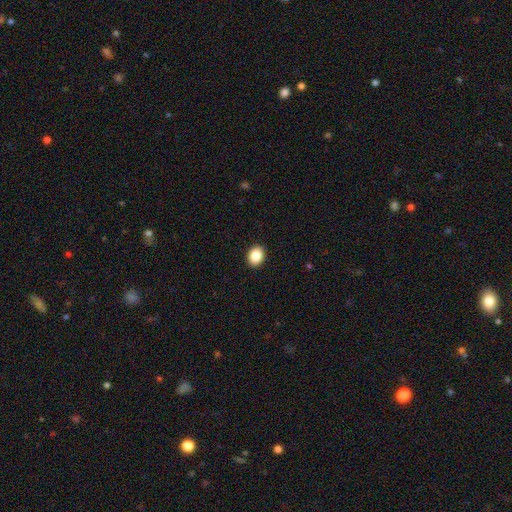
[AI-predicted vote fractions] This appears to be a smooth galaxy with no disk features (87%) that is in between round and cigar-shaped (52%). Merging: none (92%).